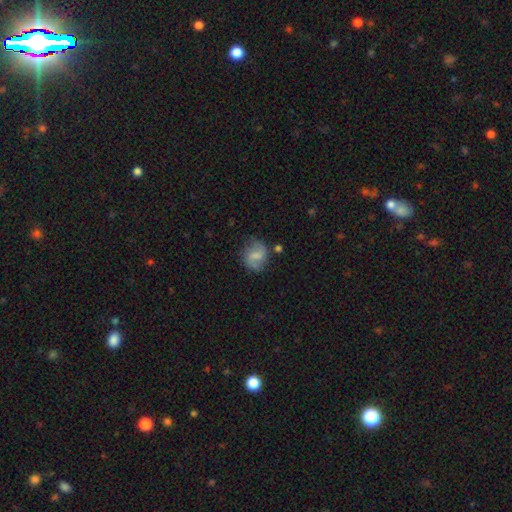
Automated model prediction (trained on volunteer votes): smooth-or-featured: featured or disk: 47% | smooth: 45% | star or artifact: 8%
  merging: none: 64% | minor disturbance: 23% | major disturbance: 9% | merger: 4%